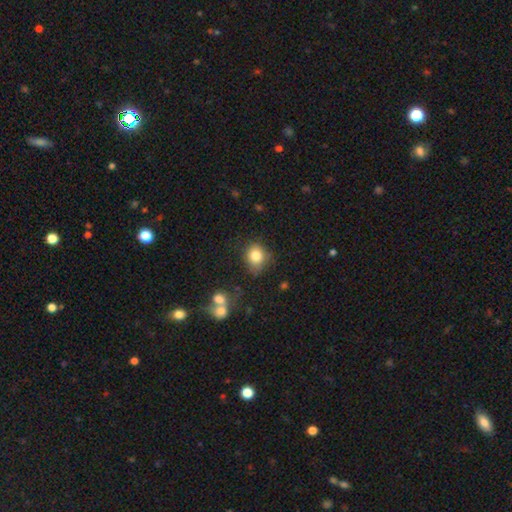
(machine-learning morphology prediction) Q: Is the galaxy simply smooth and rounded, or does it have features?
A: smooth — 82%.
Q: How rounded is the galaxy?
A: round — 71%.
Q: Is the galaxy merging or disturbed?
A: none — 70%.